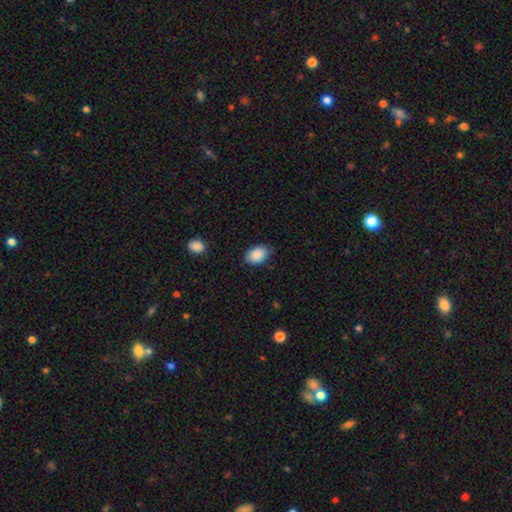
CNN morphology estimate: type=smooth (89%); roundness=in between (85%); merging=none (80%).